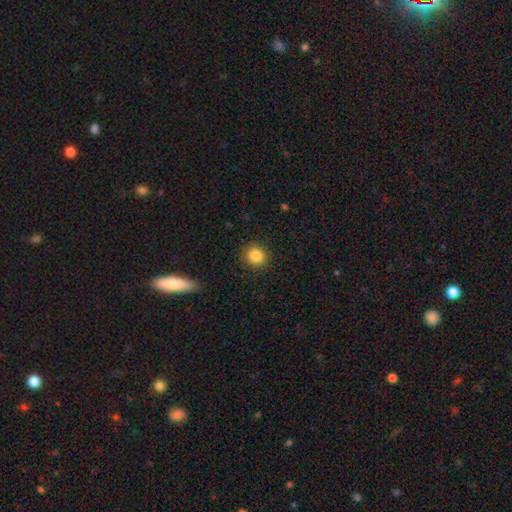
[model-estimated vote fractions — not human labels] Smooth or featured?
  - smooth: 85% *
  - star or artifact: 10%
  - featured or disk: 5%
How rounded?
  - round: 89% *
  - in between: 10%
  - cigar-shaped: 1%
Merging?
  - none: 91% *
  - minor disturbance: 6%
  - major disturbance: 2%
  - merger: 1%